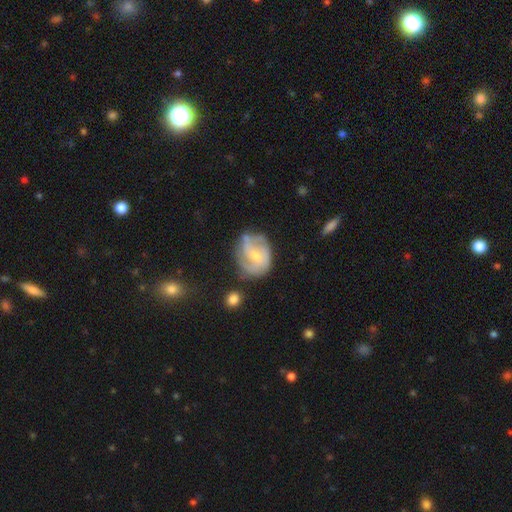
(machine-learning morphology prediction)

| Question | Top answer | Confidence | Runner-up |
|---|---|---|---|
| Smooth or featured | featured or disk | 71% | smooth (23%) |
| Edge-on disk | no | 97% | yes (3%) |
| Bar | no | 47% | weak (43%) |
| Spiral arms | yes | 85% | no (15%) |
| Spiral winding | medium | 43% | tight (38%) |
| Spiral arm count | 2 | 44% | can't tell (26%) |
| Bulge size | small | 51% | moderate (44%) |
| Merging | none | 57% | minor disturbance (26%) |